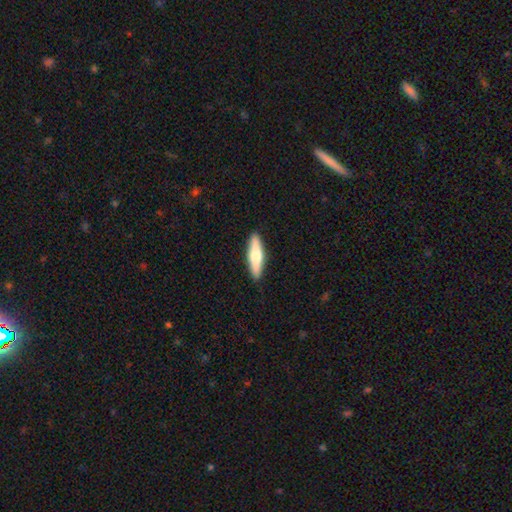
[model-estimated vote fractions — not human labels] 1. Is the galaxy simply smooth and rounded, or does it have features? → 58% smooth, 37% featured or disk, 5% star or artifact.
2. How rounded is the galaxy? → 70% cigar-shaped, 28% in between, 2% round.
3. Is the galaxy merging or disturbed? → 91% none, 7% minor disturbance, 1% major disturbance, 1% merger.